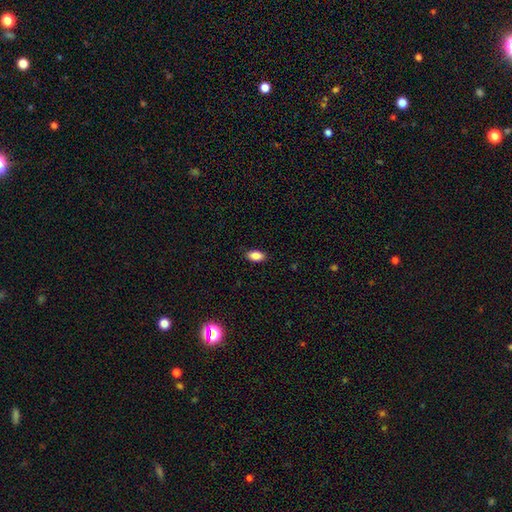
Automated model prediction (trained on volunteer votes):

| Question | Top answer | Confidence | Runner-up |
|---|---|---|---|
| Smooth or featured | smooth | 87% | star or artifact (8%) |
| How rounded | in between | 92% | round (5%) |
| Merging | none | 88% | minor disturbance (9%) |